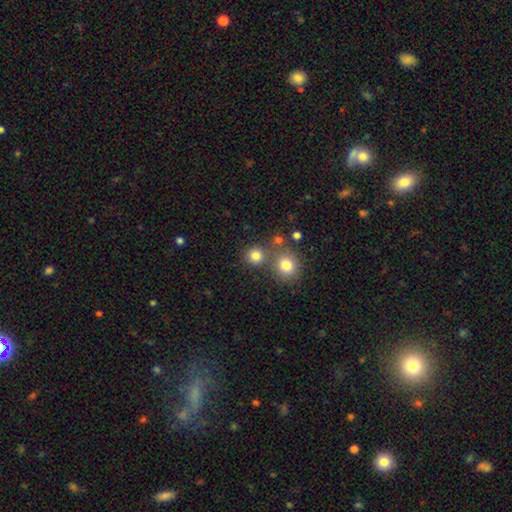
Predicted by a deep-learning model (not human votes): The model was most divided on "merging": none: 68%, merger: 21%, minor disturbance: 7%, major disturbance: 3%. More confident: how rounded — round (90%); smooth or featured — smooth (81%).